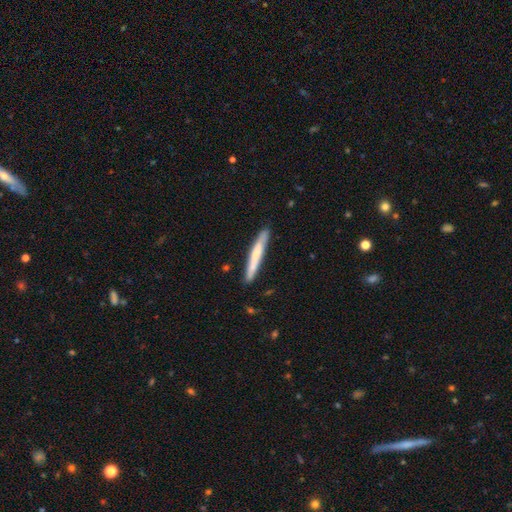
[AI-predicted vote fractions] smooth 62%, featured or disk 33%, star or artifact 5%. Down the decision tree: how rounded — cigar-shaped (96%); merging — none (87%).